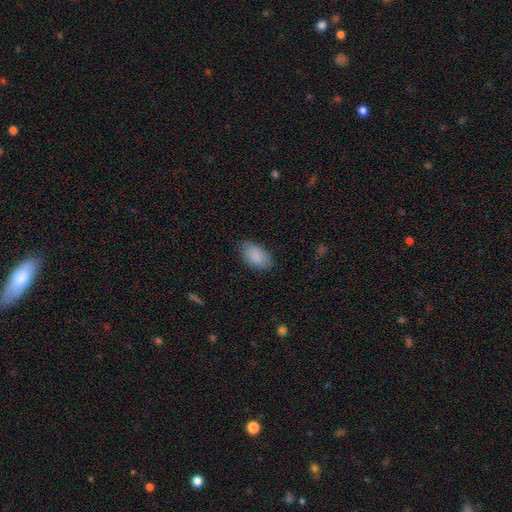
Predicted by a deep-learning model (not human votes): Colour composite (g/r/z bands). It shows a smooth galaxy with no disk features (89%) that is in between round and cigar-shaped (94%). Merging: none (82%).